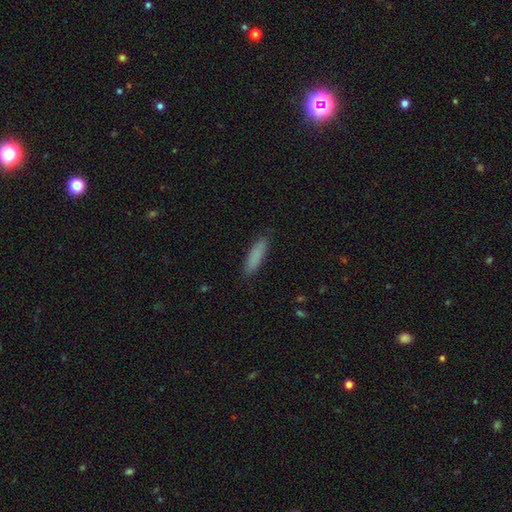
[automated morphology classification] This appears to be a smooth galaxy with no disk features (86%) that is cigar-shaped (71%). Merging: none (88%).